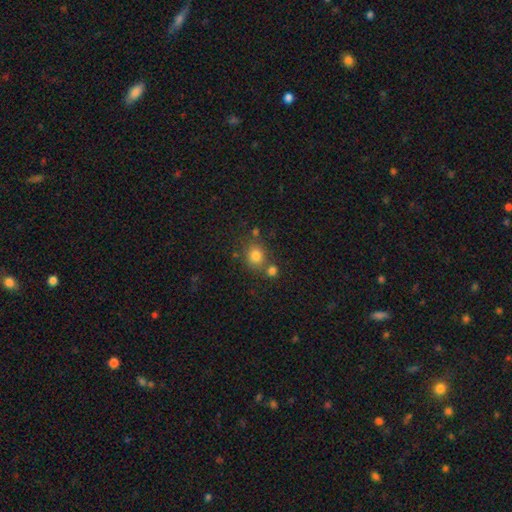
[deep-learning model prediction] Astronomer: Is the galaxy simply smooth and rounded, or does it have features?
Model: smooth — 80%.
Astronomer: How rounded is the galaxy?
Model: round — 76%.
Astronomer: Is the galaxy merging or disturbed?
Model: none — 65%.